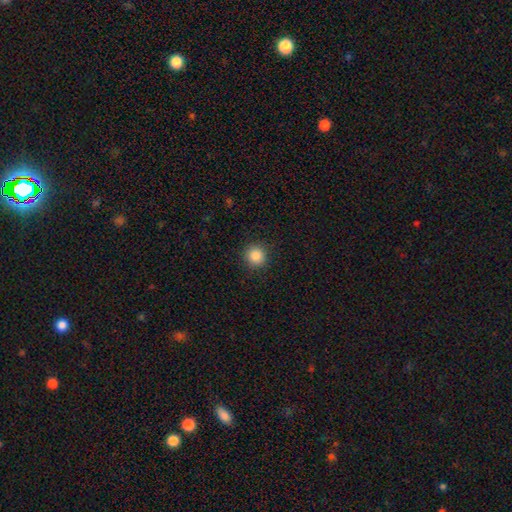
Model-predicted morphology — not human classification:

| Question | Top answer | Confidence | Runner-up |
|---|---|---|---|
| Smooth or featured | smooth | 86% | star or artifact (10%) |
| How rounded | round | 94% | in between (5%) |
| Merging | none | 91% | minor disturbance (6%) |